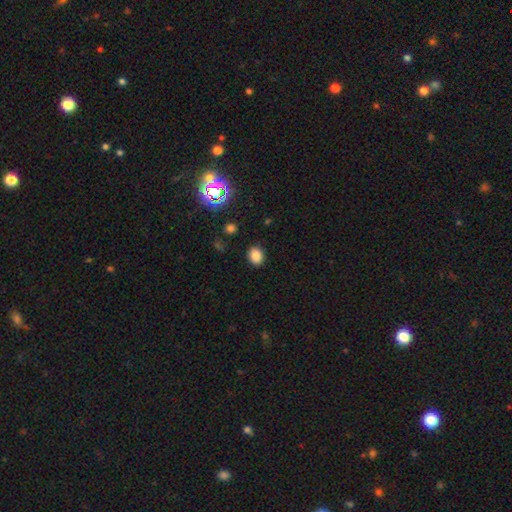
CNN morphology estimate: Smooth or featured? smooth (83%)
How rounded? in between (53%)
Merging? none (87%)